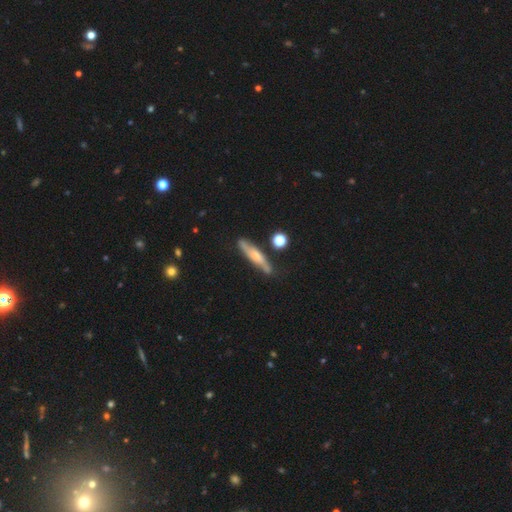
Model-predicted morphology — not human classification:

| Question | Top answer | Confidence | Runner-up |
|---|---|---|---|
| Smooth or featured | featured or disk | 50% | smooth (43%) |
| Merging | none | 73% | minor disturbance (17%) |